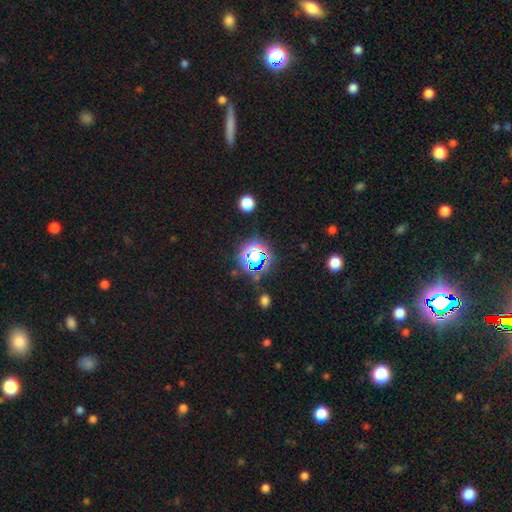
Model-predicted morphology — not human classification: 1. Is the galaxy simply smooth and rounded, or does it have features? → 61% star or artifact, 27% smooth, 11% featured or disk.